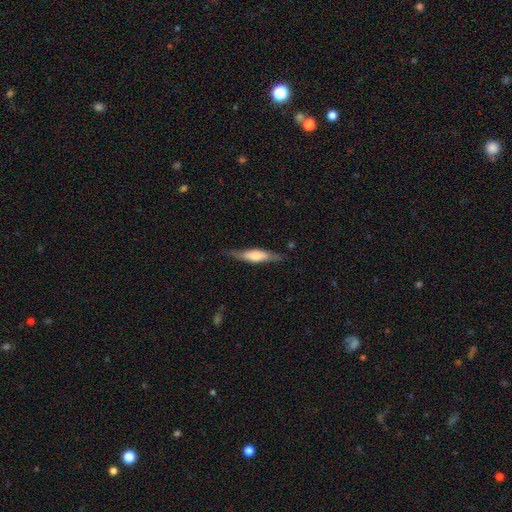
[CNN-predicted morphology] smooth 50%, featured or disk 44%, star or artifact 6%. Down the decision tree: merging — none (78%).